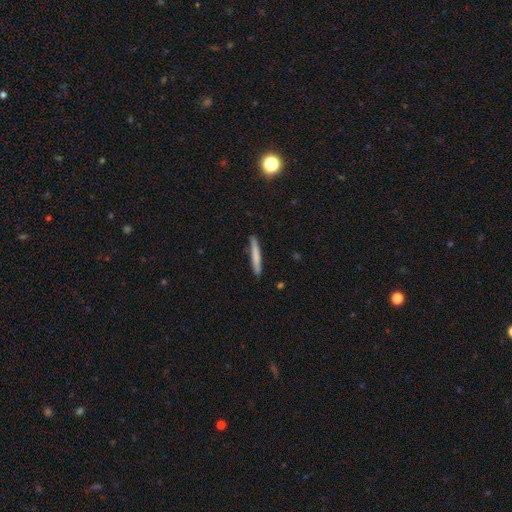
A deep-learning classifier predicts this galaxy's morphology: Smooth or featured? Predicted: smooth (p=0.73). How rounded? Predicted: cigar-shaped (p=0.96). Merging? Predicted: none (p=0.87).